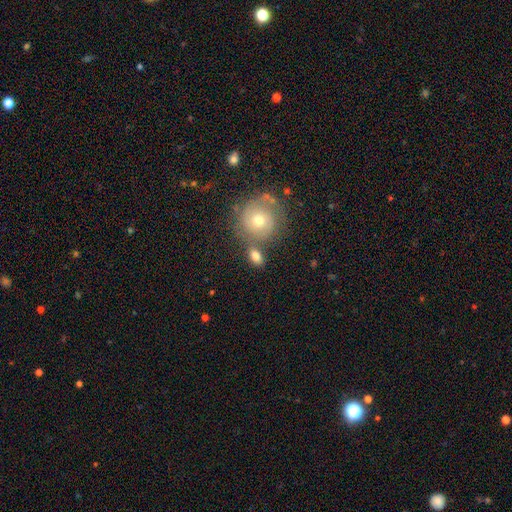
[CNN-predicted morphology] Smooth or featured? Predicted: smooth (p=0.73). How rounded? Predicted: in between (p=0.70). Merging? Predicted: none (p=0.62).